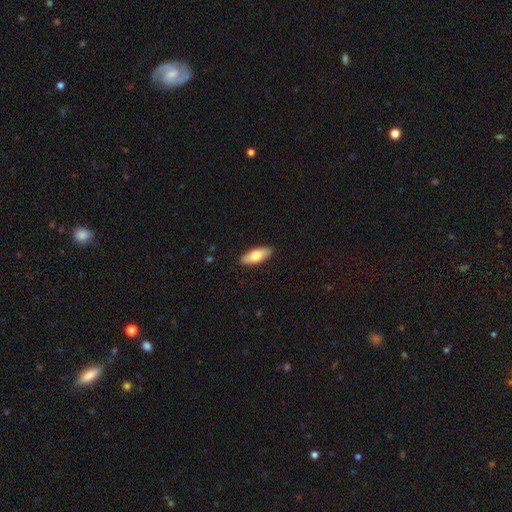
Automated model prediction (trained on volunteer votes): smooth-or-featured: smooth: 73% | featured or disk: 21% | star or artifact: 6%
  how-rounded: in between: 75% | cigar-shaped: 23% | round: 2%
  merging: none: 89% | minor disturbance: 8% | major disturbance: 2% | merger: 1%